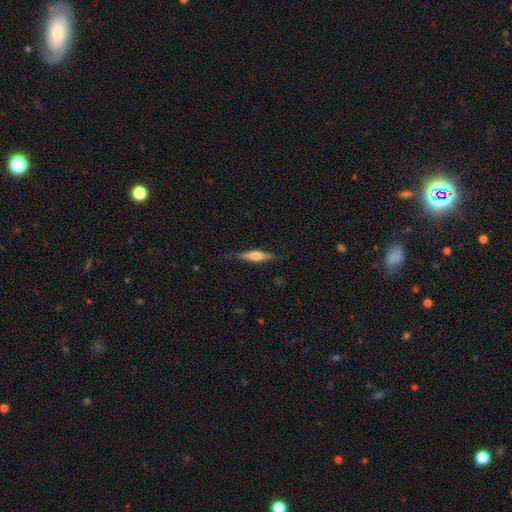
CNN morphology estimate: type=featured or disk (52%); edge-on=yes (96%); edge-on bulge=rounded (83%); merging=none (83%).